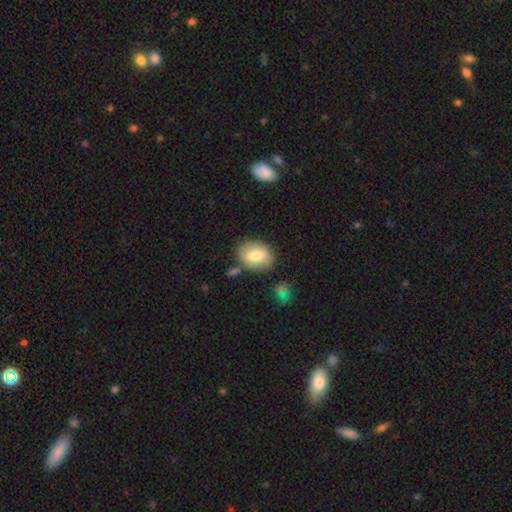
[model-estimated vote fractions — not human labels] A smooth galaxy with no disk features (74%) that is in between round and cigar-shaped (64%).

Vote fractions:
- Smooth or featured? smooth: 74% / featured or disk: 19% / star or artifact: 8%
- How rounded? in between: 64% / round: 35% / cigar-shaped: 1%
- Merging? none: 78% / minor disturbance: 13% / merger: 6% / major disturbance: 3%